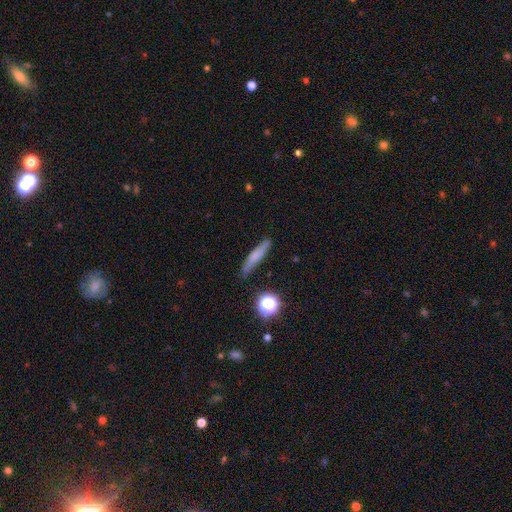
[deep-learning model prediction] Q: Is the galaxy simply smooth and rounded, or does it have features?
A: smooth — 66%.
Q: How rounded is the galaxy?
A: cigar-shaped — 86%.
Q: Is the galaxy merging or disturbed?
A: none — 80%.